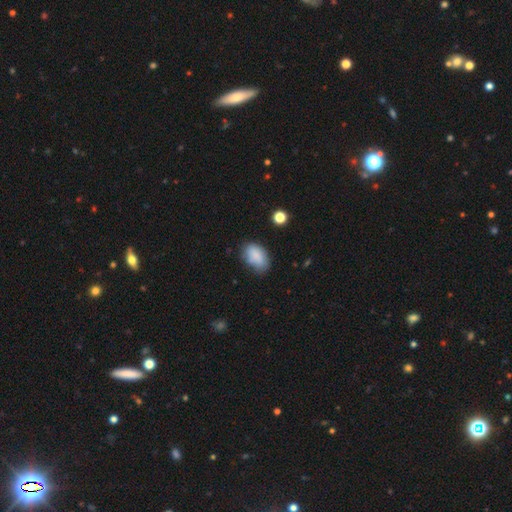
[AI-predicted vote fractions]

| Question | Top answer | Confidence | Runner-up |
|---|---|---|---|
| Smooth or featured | smooth | 83% | featured or disk (9%) |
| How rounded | in between | 89% | round (10%) |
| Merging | none | 65% | minor disturbance (26%) |